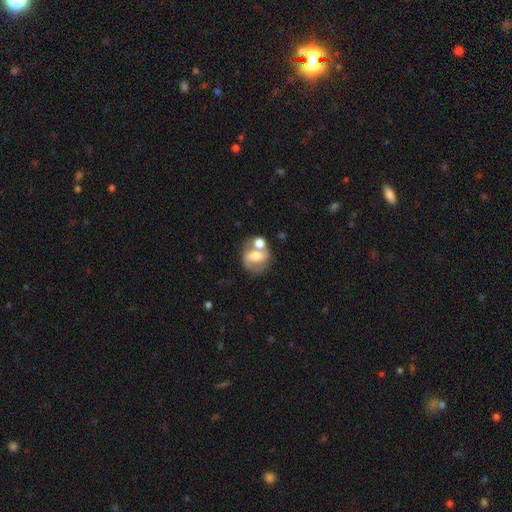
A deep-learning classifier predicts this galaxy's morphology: Overall: featured or disk (49%; smooth 42%). Merging: none (41%; merger 36%).